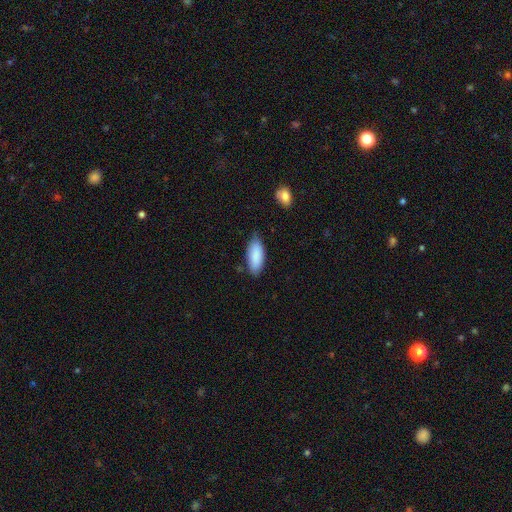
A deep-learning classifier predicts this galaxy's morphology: Overall: smooth (89%). How rounded: in between (83%). Merging: none (74%).